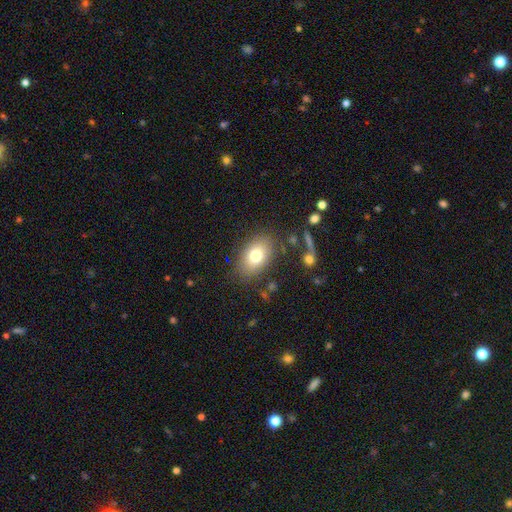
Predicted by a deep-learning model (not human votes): Morphology: type=smooth (76%); roundness=in between (84%); merging=none (81%).